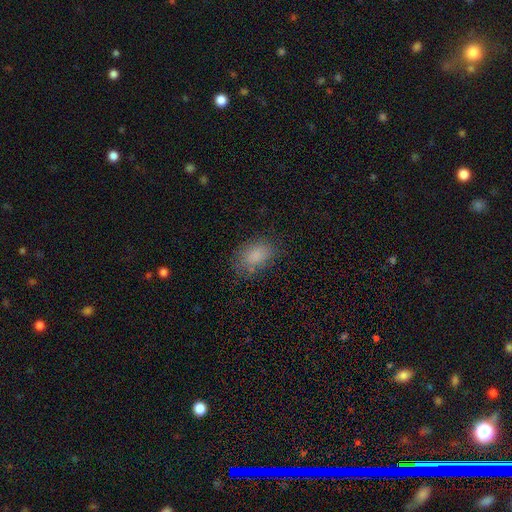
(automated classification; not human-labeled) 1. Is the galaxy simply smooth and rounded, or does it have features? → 84% smooth, 9% star or artifact, 7% featured or disk.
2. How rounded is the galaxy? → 85% in between, 13% round, 2% cigar-shaped.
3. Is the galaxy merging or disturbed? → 75% none, 17% minor disturbance, 6% major disturbance, 2% merger.